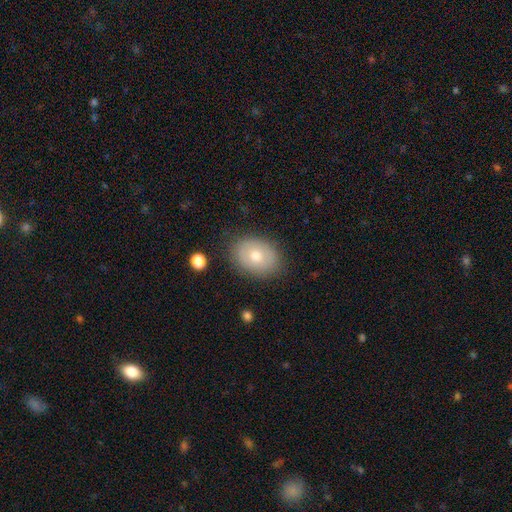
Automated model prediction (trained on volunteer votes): This is likely a smooth galaxy (67%). How rounded: likely in between (69%). Merging: clearly none (82%).